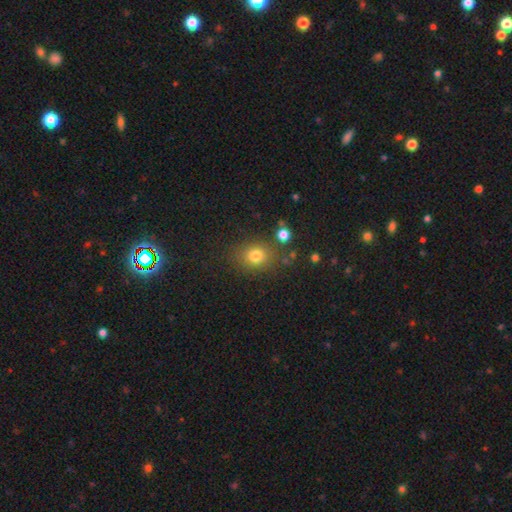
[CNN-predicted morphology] This is likely a smooth galaxy (78%). How rounded: likely round (69%). Merging: likely none (79%).